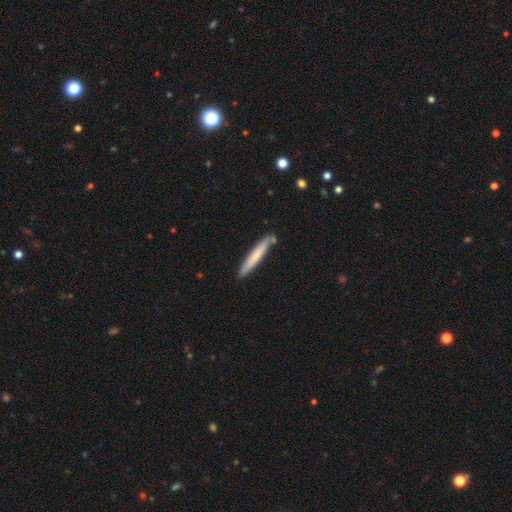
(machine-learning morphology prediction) Smooth or featured: smooth — 68% (featured or disk — 26%)
How rounded: cigar-shaped — 95% (in between — 4%)
Merging: none — 83% (minor disturbance — 11%)